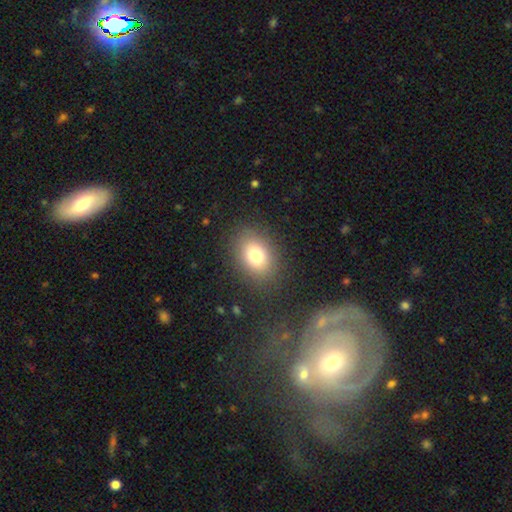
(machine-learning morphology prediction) smooth-or-featured: smooth: 77% | star or artifact: 13% | featured or disk: 10%
  how-rounded: in between: 60% | round: 39% | cigar-shaped: 1%
  merging: none: 85% | minor disturbance: 9% | major disturbance: 5% | merger: 1%